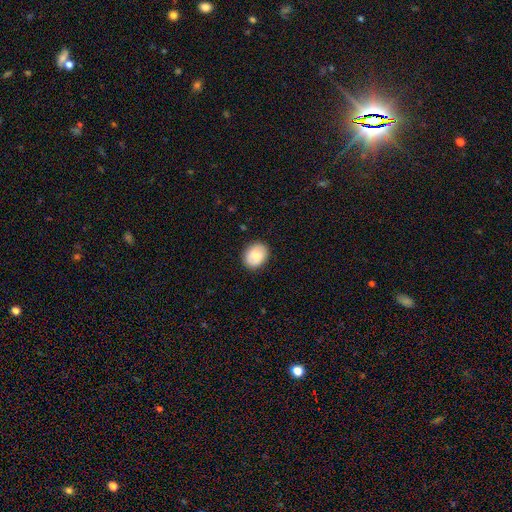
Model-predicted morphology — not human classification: This is likely a smooth galaxy (76%). How rounded: possibly in between (50%). Merging: clearly none (87%).